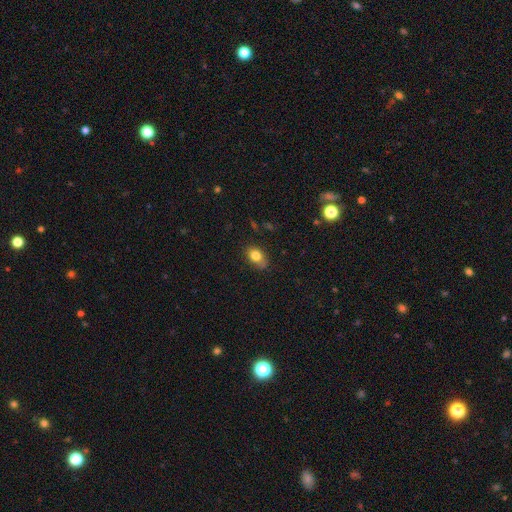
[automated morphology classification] type=smooth (81%); roundness=in between (73%); merging=none (68%).